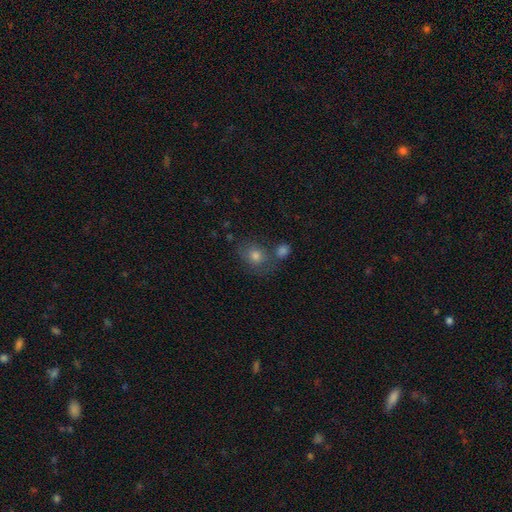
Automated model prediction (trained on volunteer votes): Q: Smooth or featured?
A: smooth (70%); runner-up: star or artifact (16%)
Q: How rounded?
A: round (64%); runner-up: in between (35%)
Q: Merging?
A: none (55%); runner-up: merger (24%)